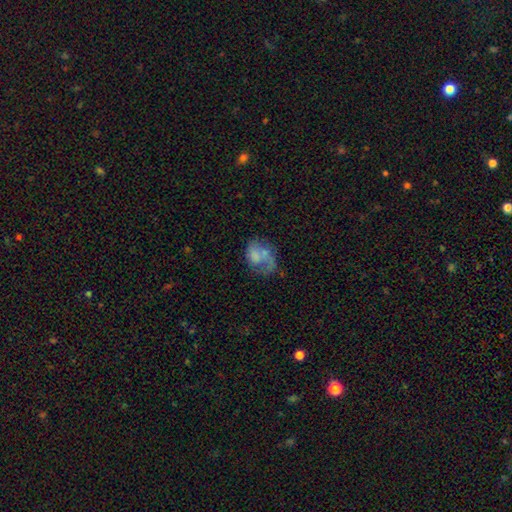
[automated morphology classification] This is possibly a featured or disk galaxy (49%). Merging: marginally major disturbance (33%, tied with none).